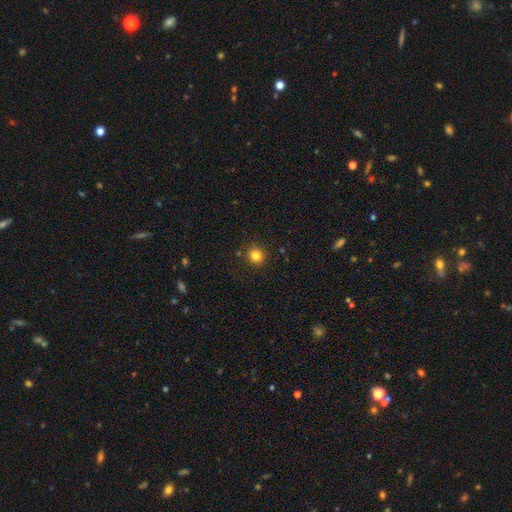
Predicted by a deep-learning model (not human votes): Smooth or featured: smooth — 82% (star or artifact — 13%)
How rounded: round — 88% (in between — 11%)
Merging: none — 88% (minor disturbance — 7%)